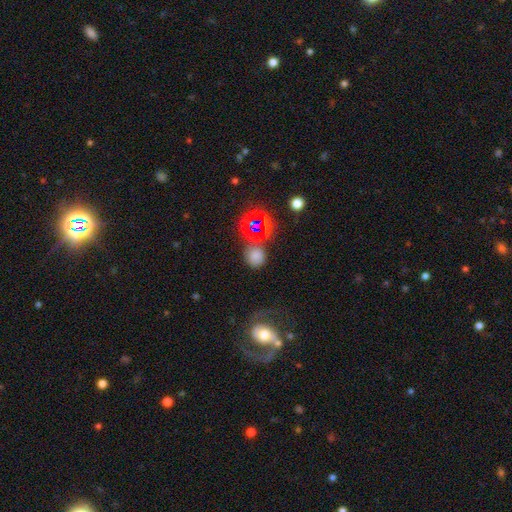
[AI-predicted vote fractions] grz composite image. It shows a smooth galaxy with no disk features (65%) that is round (84%). Merging: none (70%).